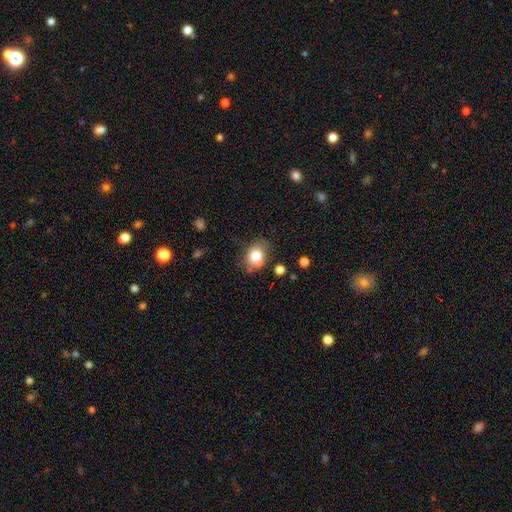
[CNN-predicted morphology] Smooth or featured? Predicted: smooth (p=0.78). How rounded? Predicted: in between (p=0.59). Merging? Predicted: none (p=0.59).